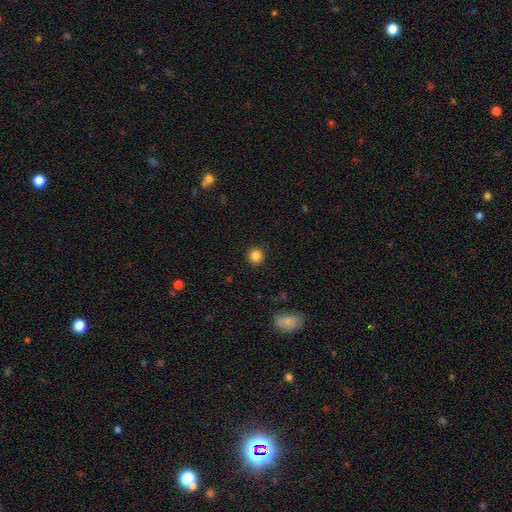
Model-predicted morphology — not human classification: Overall: smooth (84%). How rounded: round (94%). Merging: none (91%).